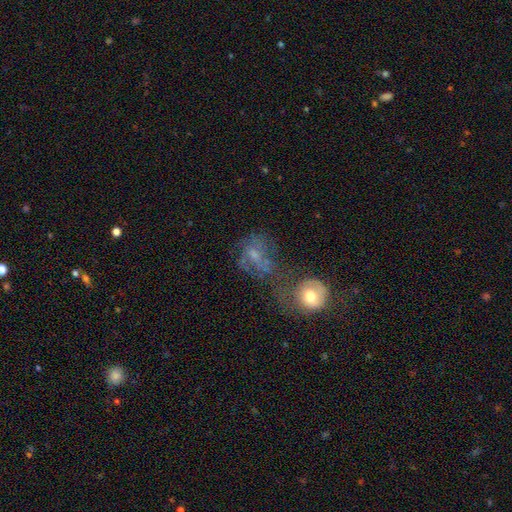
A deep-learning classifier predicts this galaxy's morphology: Q: Smooth or featured?
A: featured or disk (54%); runner-up: smooth (31%)
Q: Edge-on disk?
A: no (96%); runner-up: yes (4%)
Q: Bar?
A: no (62%); runner-up: weak (30%)
Q: Spiral arms?
A: yes (56%); runner-up: no (44%)
Q: Bulge size?
A: moderate (42%); runner-up: small (36%)
Q: Merging?
A: merger (30%); runner-up: none (29%)